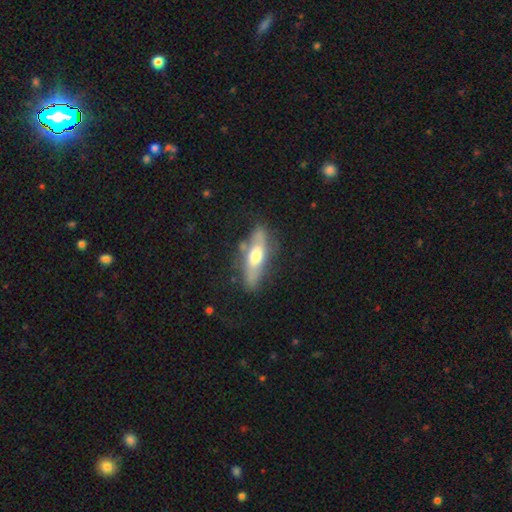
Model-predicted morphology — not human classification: smooth-or-featured: featured or disk: 48% | smooth: 46% | star or artifact: 6%
  merging: none: 68% | minor disturbance: 21% | major disturbance: 7% | merger: 4%